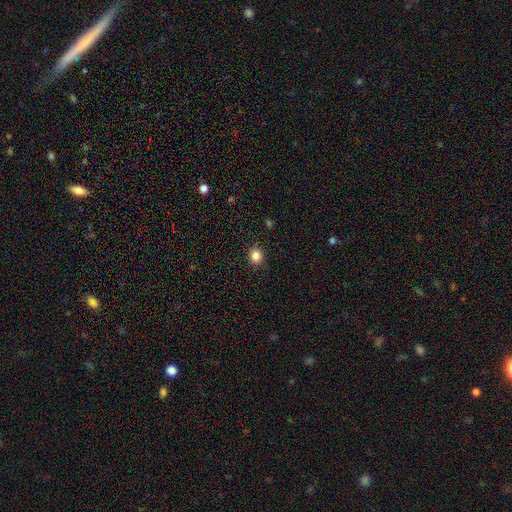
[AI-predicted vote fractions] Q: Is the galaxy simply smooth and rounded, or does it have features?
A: smooth — 84%.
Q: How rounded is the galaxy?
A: round — 80%.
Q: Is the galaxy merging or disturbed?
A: none — 89%.